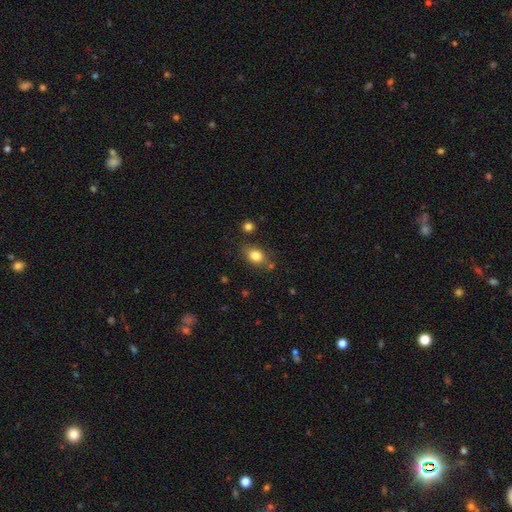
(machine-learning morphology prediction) smooth 82%, star or artifact 10%, featured or disk 8%. Down the decision tree: how rounded — in between (64%); merging — none (74%).